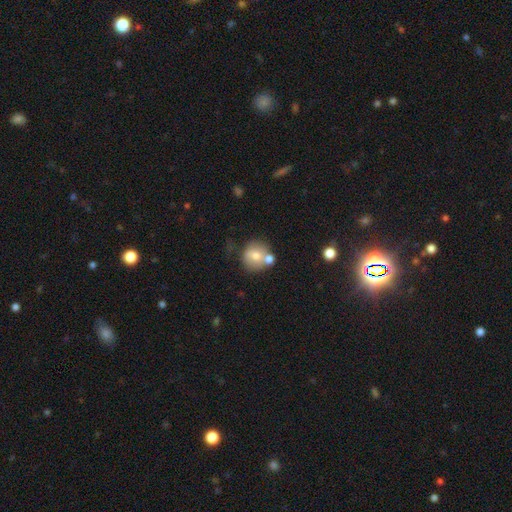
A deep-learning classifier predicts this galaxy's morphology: smooth-or-featured: smooth: 70% | featured or disk: 20% | star or artifact: 9%
  how-rounded: round: 87% | in between: 12% | cigar-shaped: 1%
  merging: none: 54% | merger: 27% | minor disturbance: 14% | major disturbance: 5%